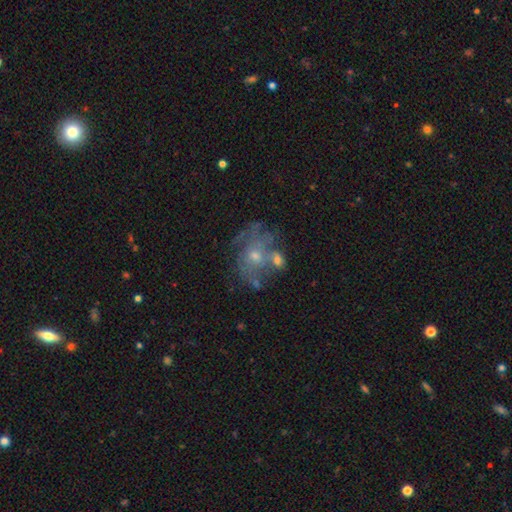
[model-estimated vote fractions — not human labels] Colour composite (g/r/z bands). It shows a featured or disk galaxy (63%) with no bar (82%), spiral arms (54%) and a small central bulge (50%). Merging: none (47%).